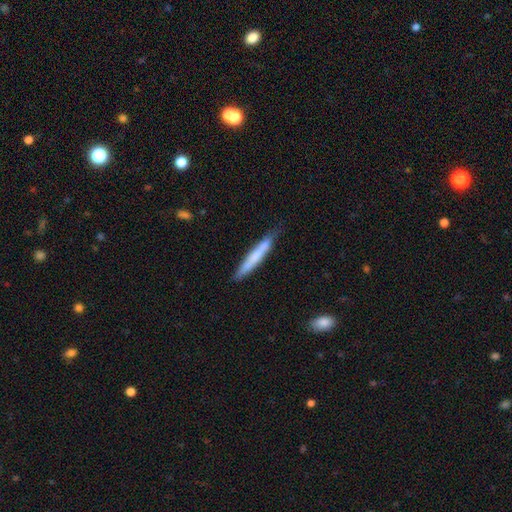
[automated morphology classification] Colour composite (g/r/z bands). It shows a smooth galaxy with no disk features (65%) that is cigar-shaped (95%). Merging: none (74%).